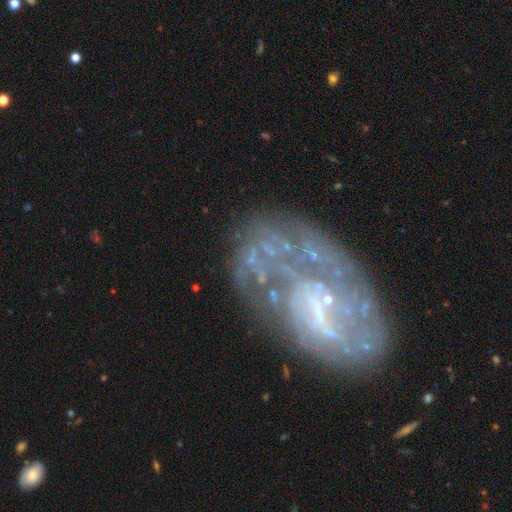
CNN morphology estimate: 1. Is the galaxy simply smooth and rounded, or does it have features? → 73% featured or disk, 14% smooth, 13% star or artifact.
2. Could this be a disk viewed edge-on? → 97% no, 3% yes.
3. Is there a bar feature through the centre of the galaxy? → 47% no, 35% weak, 18% strong.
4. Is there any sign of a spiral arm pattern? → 54% yes, 46% no.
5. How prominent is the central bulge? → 51% none, 34% small, 12% moderate, 2% large, 1% dominant.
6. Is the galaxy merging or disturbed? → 43% none, 31% major disturbance, 19% minor disturbance, 7% merger.